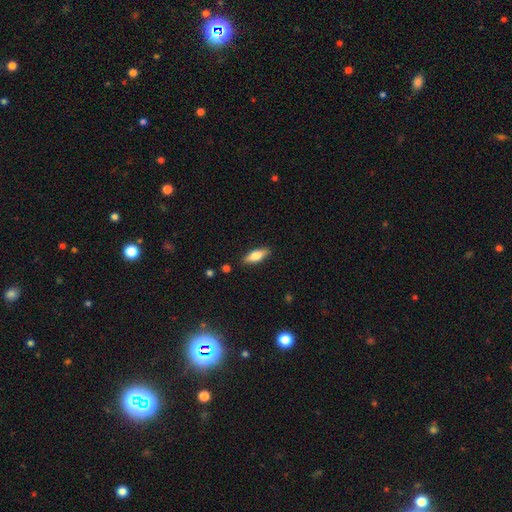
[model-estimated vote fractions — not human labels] Smooth or featured? Predicted: smooth (p=0.69). How rounded? Predicted: in between (p=0.64). Merging? Predicted: none (p=0.88).